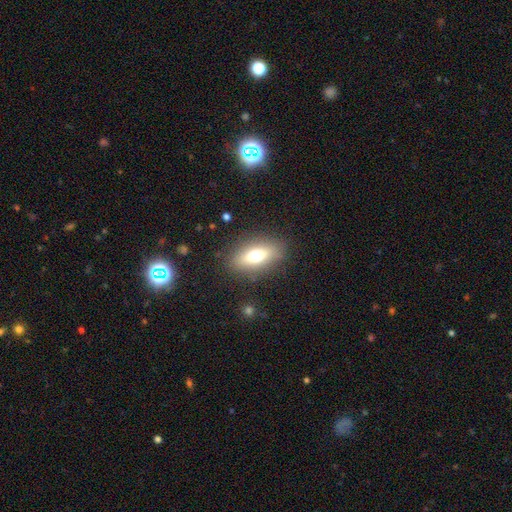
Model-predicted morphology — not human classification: The model was most divided on "smooth or featured": smooth: 63%, featured or disk: 26%, star or artifact: 10%. More confident: merging — none (84%); how rounded — in between (77%).